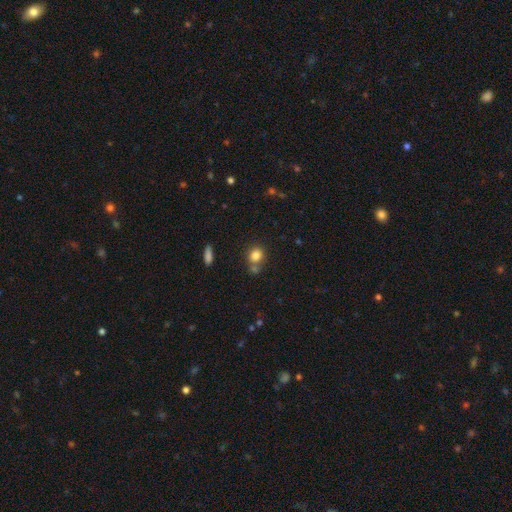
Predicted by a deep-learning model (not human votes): Overall: smooth (82%). How rounded: round (66%; in between 32%). Merging: none (59%; merger 23%).